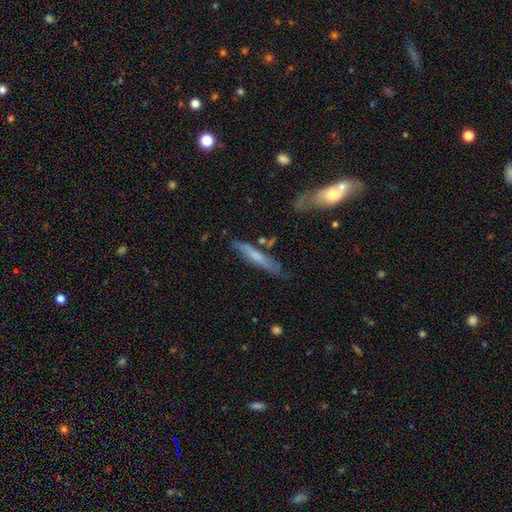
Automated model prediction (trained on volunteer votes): Overall: smooth (53%; featured or disk 40%). How rounded: cigar-shaped (90%). Merging: none (73%).